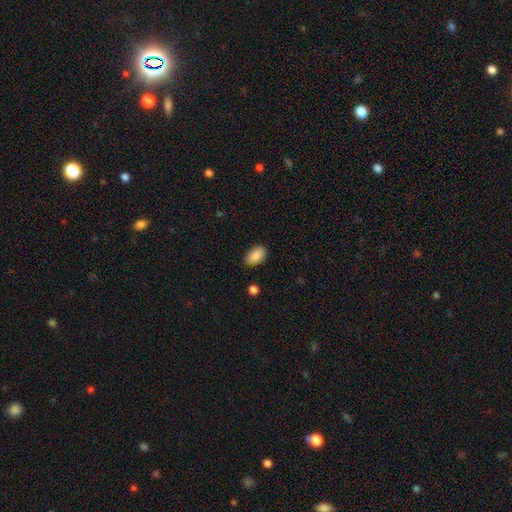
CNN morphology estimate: The model was most divided on "merging": none: 84%, minor disturbance: 13%, major disturbance: 2%, merger: 1%. More confident: how rounded — in between (92%); smooth or featured — smooth (87%).